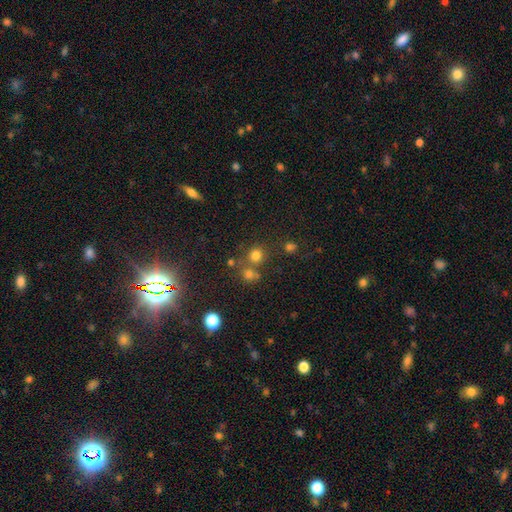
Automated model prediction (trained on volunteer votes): Smooth or featured? Predicted: smooth (p=0.68). How rounded? Predicted: round (p=0.88). Merging? Predicted: none (p=0.65).